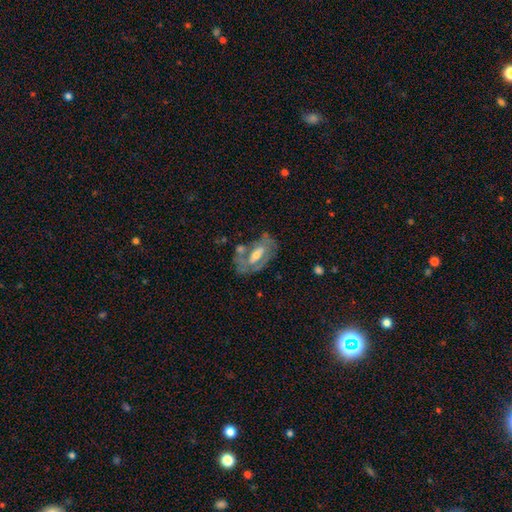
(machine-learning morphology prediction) This appears to be a featured or disk galaxy (68%) with a weak bar (41%), spiral arms (57%) and a moderate central bulge (57%). Merging: none (56%).